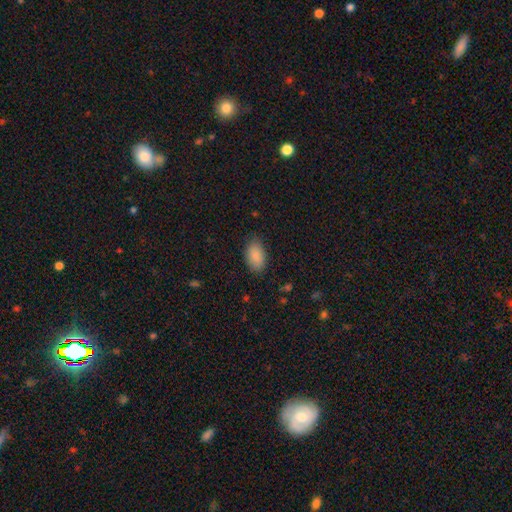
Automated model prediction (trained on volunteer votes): Overall: smooth (89%). How rounded: in between (93%). Merging: none (83%).